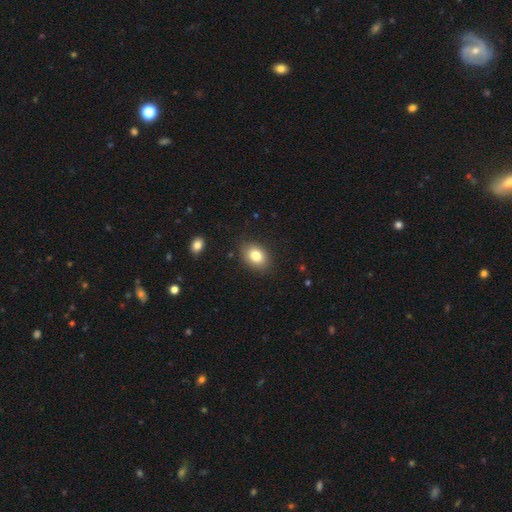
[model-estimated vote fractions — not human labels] This appears to be a smooth galaxy with no disk features (81%) that is in between round and cigar-shaped (74%). Merging: none (86%).